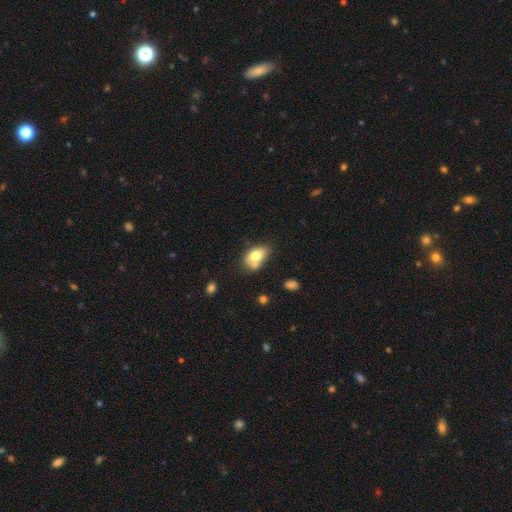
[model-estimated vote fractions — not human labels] smooth-or-featured: smooth: 73% | featured or disk: 19% | star or artifact: 8%
  how-rounded: in between: 86% | round: 12% | cigar-shaped: 2%
  merging: none: 43% | merger: 30% | minor disturbance: 21% | major disturbance: 7%